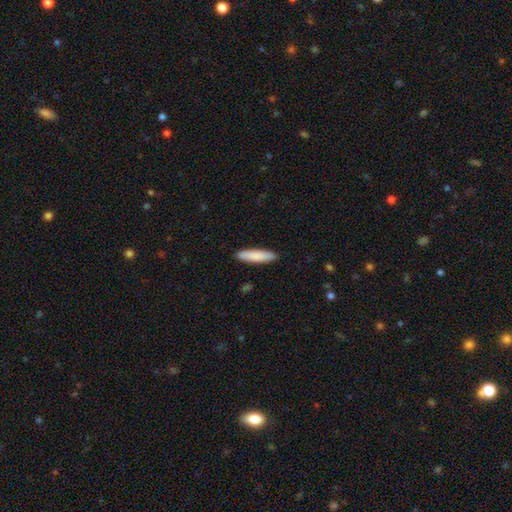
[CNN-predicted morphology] Smooth or featured?
  - smooth: 86% *
  - featured or disk: 9%
  - star or artifact: 5%
How rounded?
  - cigar-shaped: 78% *
  - in between: 21%
  - round: 1%
Merging?
  - none: 91% *
  - minor disturbance: 7%
  - major disturbance: 1%
  - merger: 1%